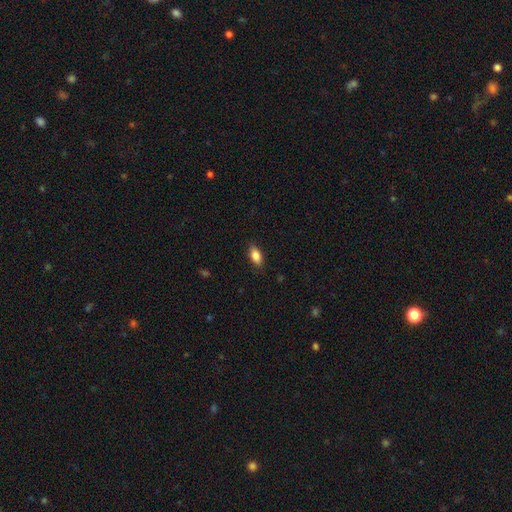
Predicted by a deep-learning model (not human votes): smooth_or_featured: smooth (p=0.85) [alt: featured or disk p=0.08]
how_rounded: in between (p=0.88) [alt: cigar-shaped p=0.08]
merging: none (p=0.86) [alt: minor disturbance p=0.11]